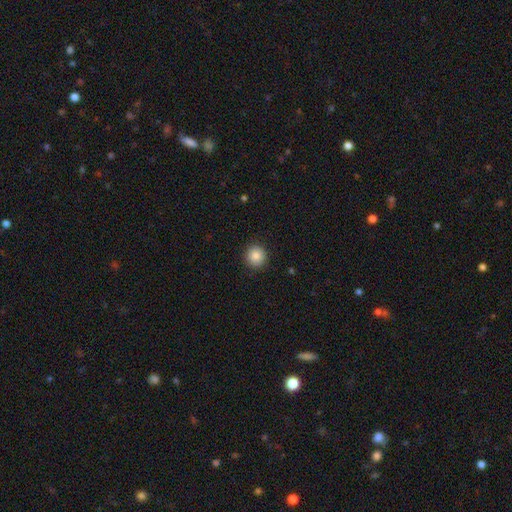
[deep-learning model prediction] smooth 85%, star or artifact 10%, featured or disk 6%. Down the decision tree: how rounded — round (93%); merging — none (92%).